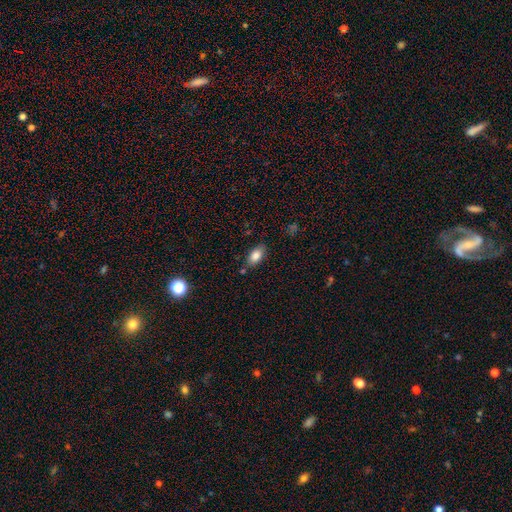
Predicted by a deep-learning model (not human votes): smooth 84%, star or artifact 8%, featured or disk 8%. Down the decision tree: how rounded — in between (90%); merging — none (78%).